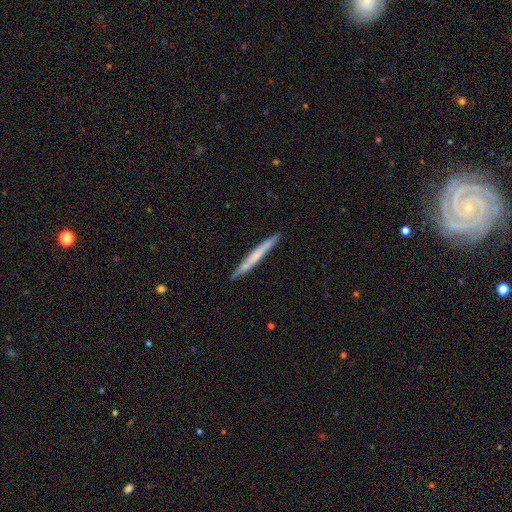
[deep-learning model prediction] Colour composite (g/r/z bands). It shows a smooth galaxy with no disk features (55%) that is cigar-shaped (97%). Merging: none (89%).